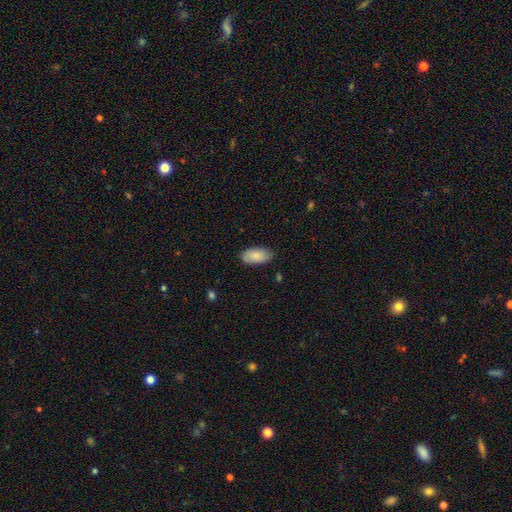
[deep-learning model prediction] Smooth or featured? Predicted: smooth (p=0.84). How rounded? Predicted: in between (p=0.95). Merging? Predicted: none (p=0.81).